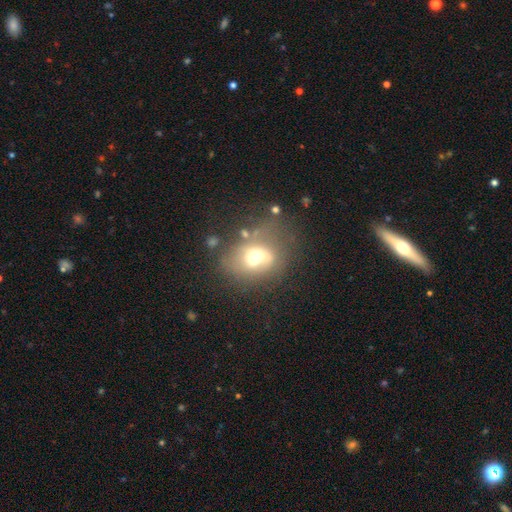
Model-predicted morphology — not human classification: smooth 50%, featured or disk 36%, star or artifact 13%. Down the decision tree: how rounded — in between (59%); merging — none (31%, tied with merger).